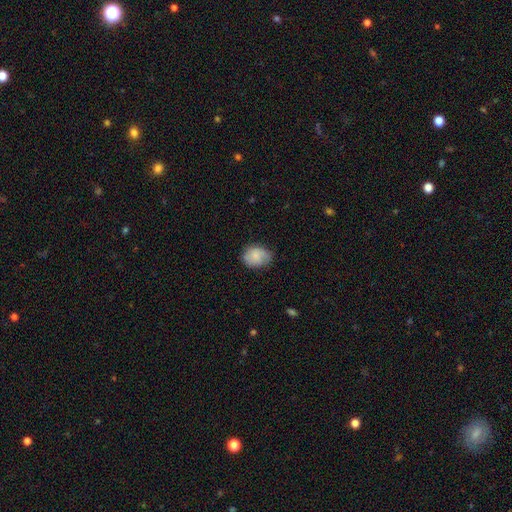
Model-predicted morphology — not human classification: type=smooth (79%); roundness=in between (62%); merging=none (68%).